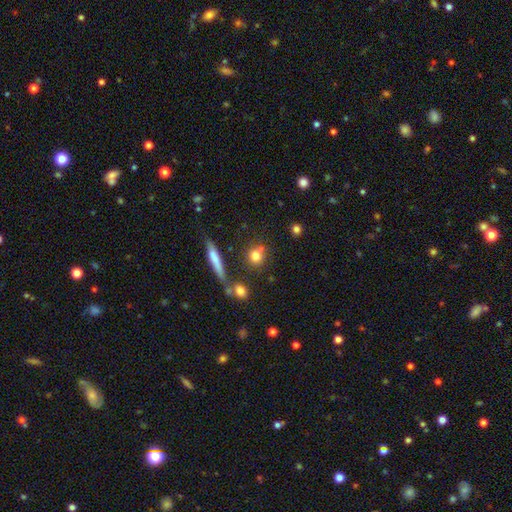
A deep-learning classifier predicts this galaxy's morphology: Smooth or featured? Predicted: smooth (p=0.76). How rounded? Predicted: round (p=0.74). Merging? Predicted: none (p=0.66).